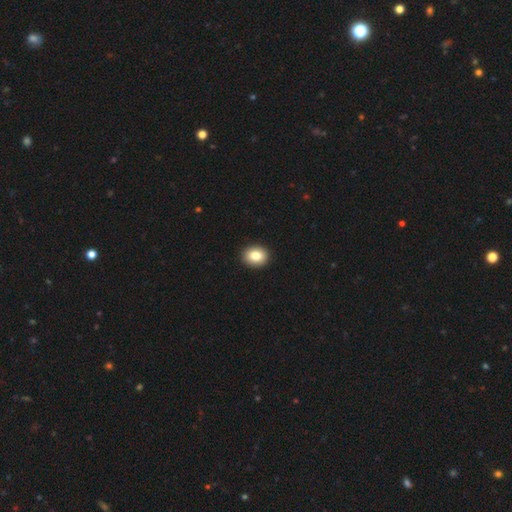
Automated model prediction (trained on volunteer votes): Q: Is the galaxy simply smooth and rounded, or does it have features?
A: smooth — 84%.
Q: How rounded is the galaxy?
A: round — 53%.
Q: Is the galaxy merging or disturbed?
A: none — 92%.